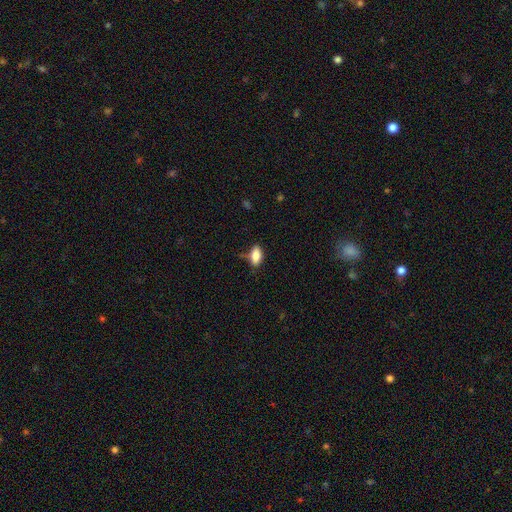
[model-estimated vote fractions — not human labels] The model was most divided on "merging": none: 69%, minor disturbance: 23%, major disturbance: 5%, merger: 3%. More confident: how rounded — in between (90%); smooth or featured — smooth (85%).